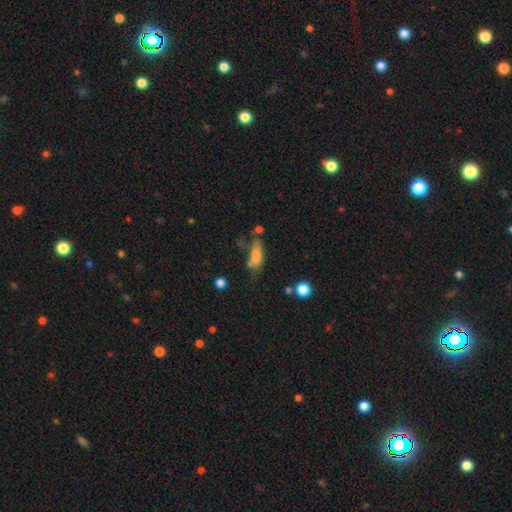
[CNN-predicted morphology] Q: Smooth or featured?
A: smooth (69%); runner-up: featured or disk (21%)
Q: How rounded?
A: in between (62%); runner-up: cigar-shaped (34%)
Q: Merging?
A: none (45%); runner-up: minor disturbance (26%)